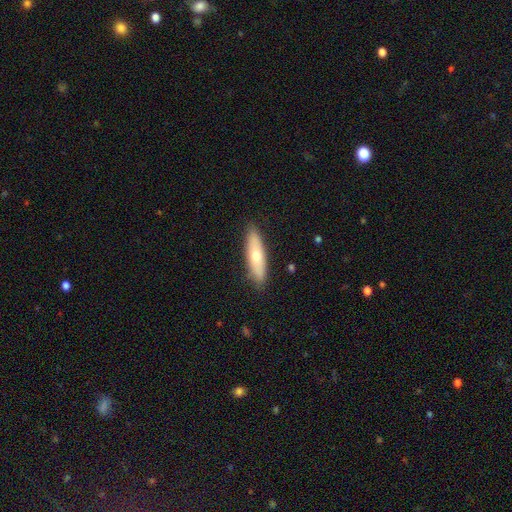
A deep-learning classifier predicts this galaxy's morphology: smooth_or_featured: smooth (p=0.60) [alt: featured or disk p=0.34]
how_rounded: cigar-shaped (p=0.56) [alt: in between p=0.42]
merging: none (p=0.87) [alt: minor disturbance p=0.10]